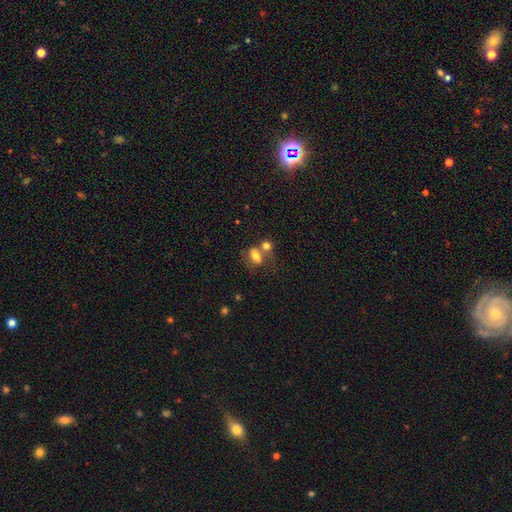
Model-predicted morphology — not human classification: smooth-or-featured: smooth: 71% | featured or disk: 18% | star or artifact: 11%
  how-rounded: in between: 74% | round: 23% | cigar-shaped: 3%
  merging: merger: 50% | none: 31% | minor disturbance: 12% | major disturbance: 8%